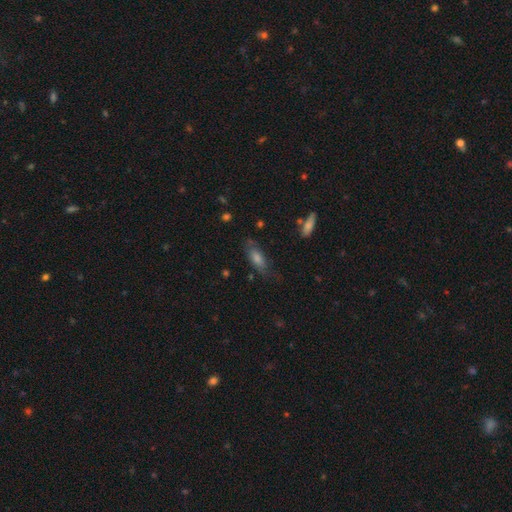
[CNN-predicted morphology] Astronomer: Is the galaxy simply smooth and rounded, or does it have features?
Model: smooth — 51% (runner-up: featured or disk, 37%).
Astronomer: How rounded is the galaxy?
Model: in between — 64%.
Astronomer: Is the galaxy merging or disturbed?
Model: none — 65%.